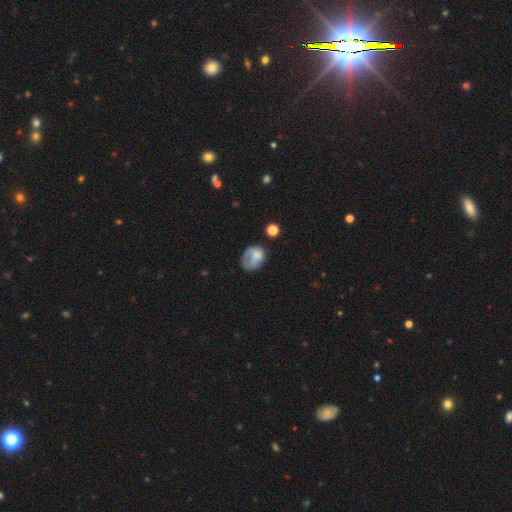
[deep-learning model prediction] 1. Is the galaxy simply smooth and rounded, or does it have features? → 64% smooth, 27% featured or disk, 10% star or artifact.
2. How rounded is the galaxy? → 60% in between, 39% round, 1% cigar-shaped.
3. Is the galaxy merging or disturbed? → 38% none, 30% minor disturbance, 27% major disturbance, 6% merger.